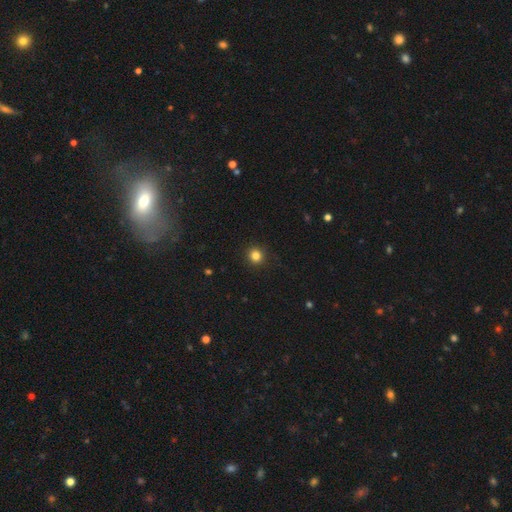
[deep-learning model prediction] Morphology: type=smooth (84%); roundness=round (92%); merging=none (92%).